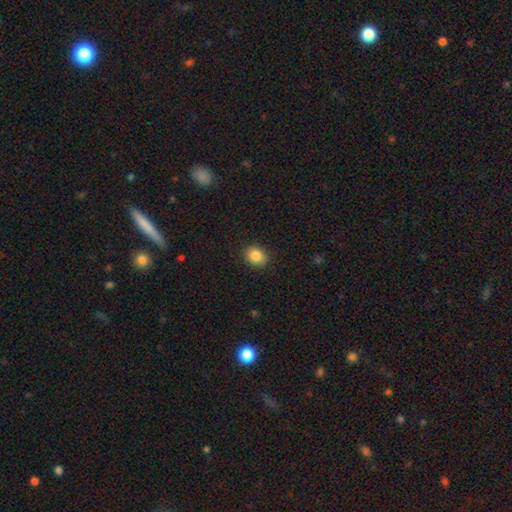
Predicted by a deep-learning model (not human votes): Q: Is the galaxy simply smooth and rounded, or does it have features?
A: smooth — 86%.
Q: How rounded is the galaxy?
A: round — 53%.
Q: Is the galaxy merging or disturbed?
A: none — 89%.